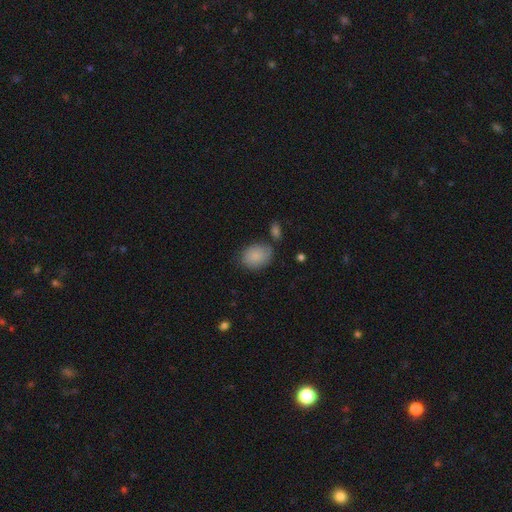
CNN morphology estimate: Overall: smooth (87%). How rounded: in between (69%; round 30%). Merging: none (68%).